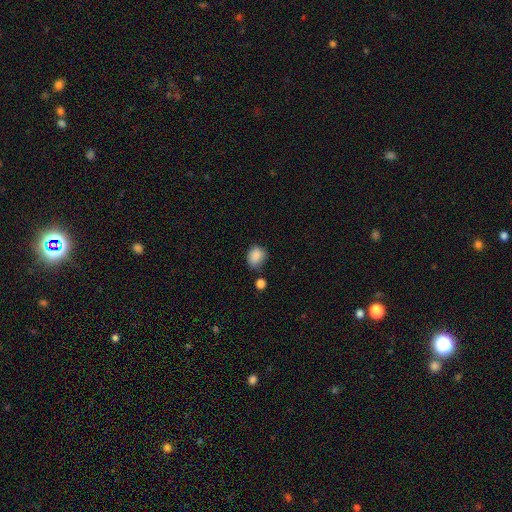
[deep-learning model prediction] smooth 87%, star or artifact 9%, featured or disk 5%. Down the decision tree: how rounded — round (54%); merging — none (62%).